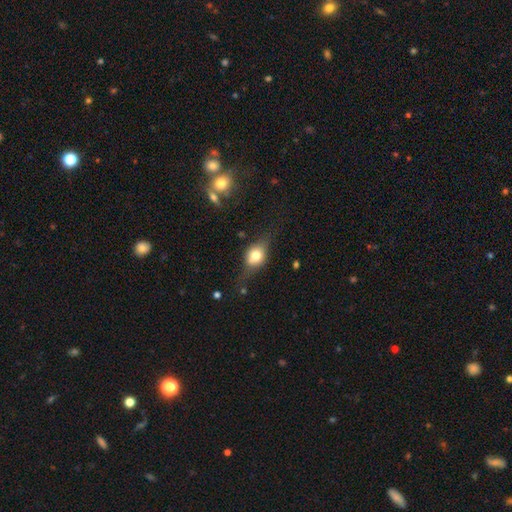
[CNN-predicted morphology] Overall: smooth (56%; featured or disk 34%). How rounded: in between (52%; round 44%). Merging: none (60%; minor disturbance 25%).